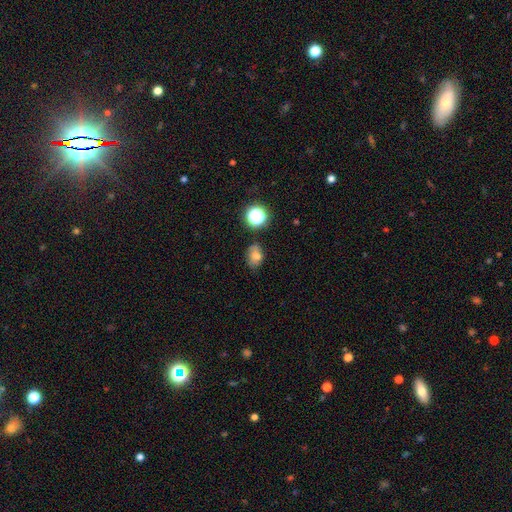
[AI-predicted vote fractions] Q: Smooth or featured?
A: smooth (70%); runner-up: star or artifact (17%)
Q: How rounded?
A: in between (74%); runner-up: round (25%)
Q: Merging?
A: none (68%); runner-up: minor disturbance (20%)